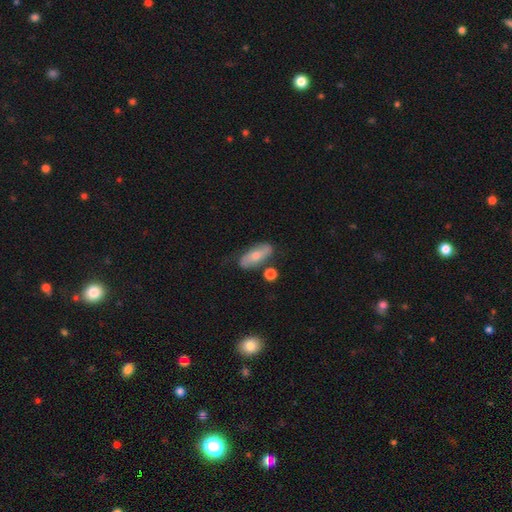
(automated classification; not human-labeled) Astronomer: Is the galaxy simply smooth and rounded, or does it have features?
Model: smooth — 54% (runner-up: featured or disk, 39%).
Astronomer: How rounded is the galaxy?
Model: in between — 75%.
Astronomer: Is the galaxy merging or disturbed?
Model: none — 68%.